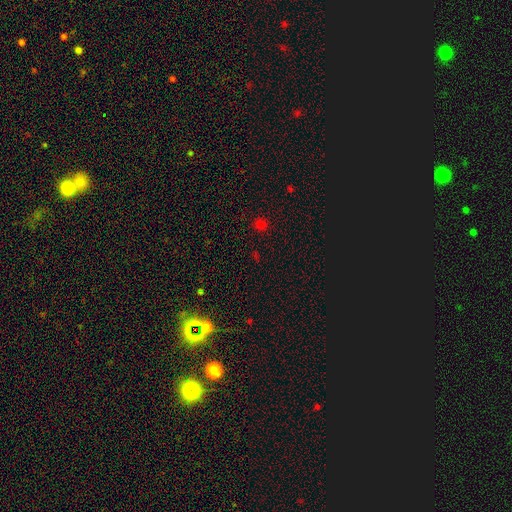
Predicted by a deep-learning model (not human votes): A star or artifact, not a galaxy (54%).

Vote fractions:
- Smooth or featured? star or artifact: 54% / smooth: 39% / featured or disk: 7%